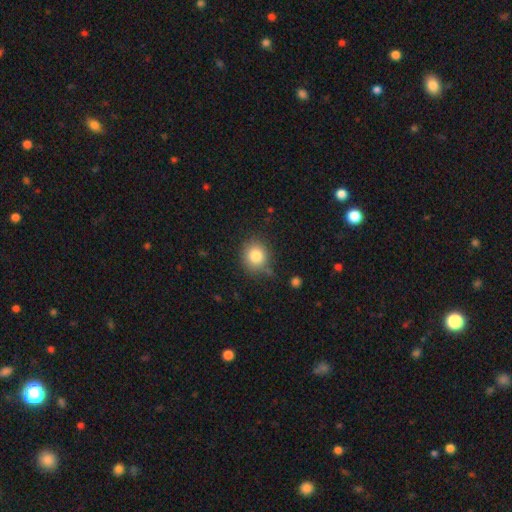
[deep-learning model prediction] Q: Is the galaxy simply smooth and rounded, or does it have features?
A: smooth — 83%.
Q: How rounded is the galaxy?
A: round — 82%.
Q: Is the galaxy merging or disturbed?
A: none — 78%.